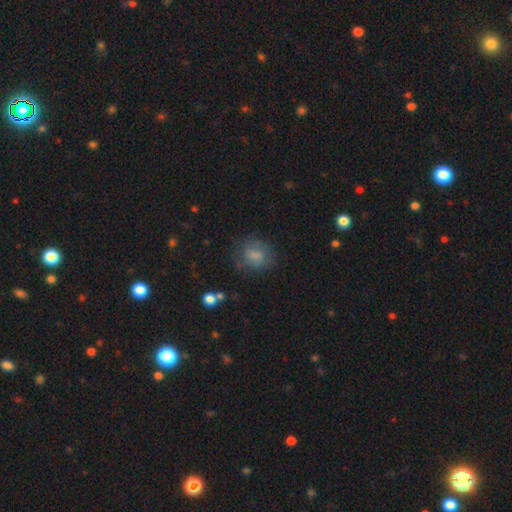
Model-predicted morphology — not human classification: Q: Smooth or featured?
A: smooth (70%); runner-up: featured or disk (16%)
Q: How rounded?
A: round (59%); runner-up: in between (40%)
Q: Merging?
A: none (74%); runner-up: minor disturbance (17%)